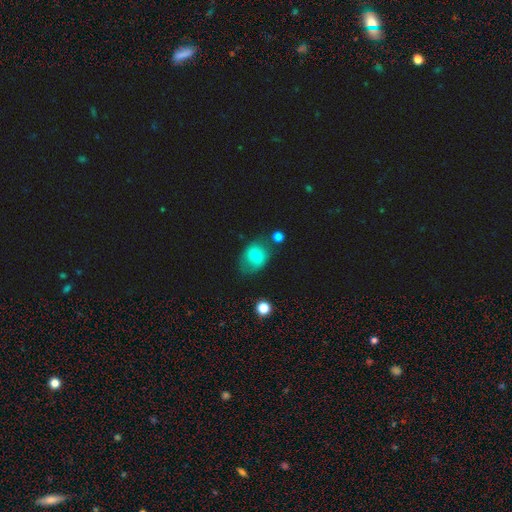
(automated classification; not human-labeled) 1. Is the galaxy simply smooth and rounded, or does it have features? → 71% smooth, 19% featured or disk, 10% star or artifact.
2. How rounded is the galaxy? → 65% in between, 34% round, 1% cigar-shaped.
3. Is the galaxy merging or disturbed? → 57% none, 26% minor disturbance, 10% major disturbance, 7% merger.